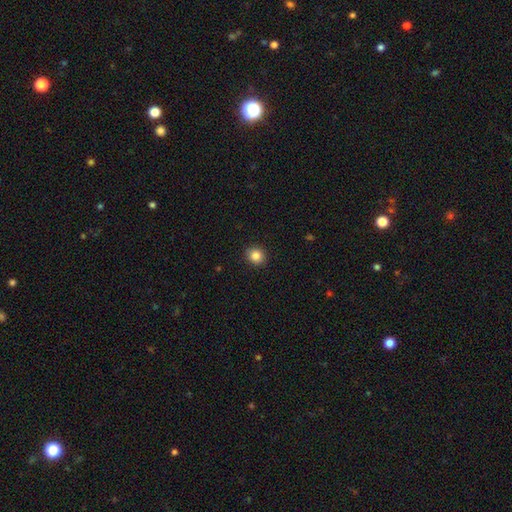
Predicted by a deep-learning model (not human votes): smooth-or-featured: smooth: 85% | star or artifact: 10% | featured or disk: 5%
  how-rounded: round: 87% | in between: 12% | cigar-shaped: 1%
  merging: none: 92% | minor disturbance: 5% | major disturbance: 2% | merger: 1%